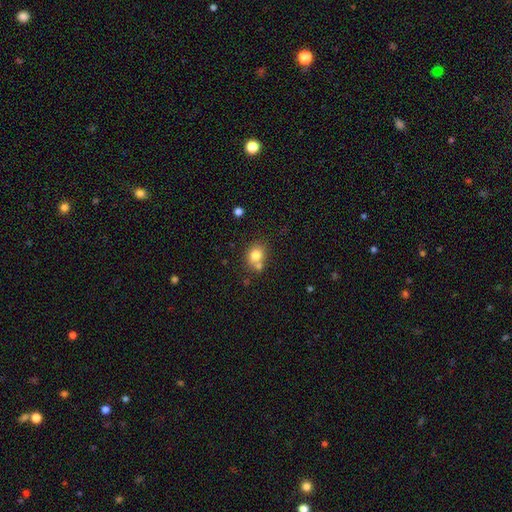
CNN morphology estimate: The model was most divided on "merging": none: 56%, merger: 28%, minor disturbance: 12%, major disturbance: 4%. More confident: smooth or featured — smooth (79%); how rounded — round (66%).